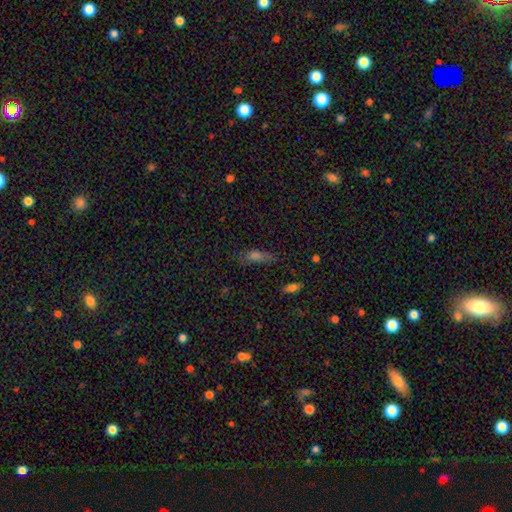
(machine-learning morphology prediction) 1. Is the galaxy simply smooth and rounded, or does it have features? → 59% smooth, 23% star or artifact, 17% featured or disk.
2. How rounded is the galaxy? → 51% in between, 43% cigar-shaped, 7% round.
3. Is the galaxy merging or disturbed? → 64% none, 22% minor disturbance, 9% major disturbance, 4% merger.